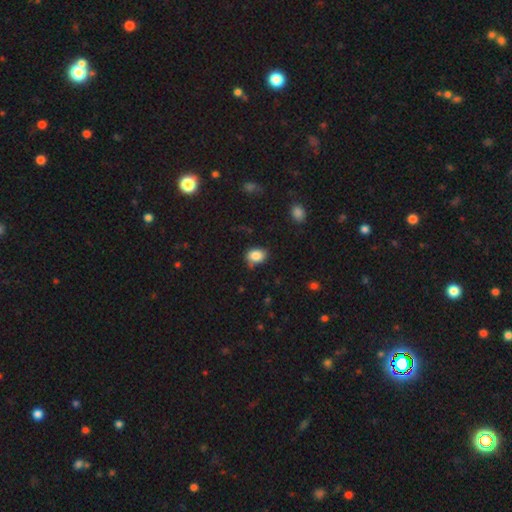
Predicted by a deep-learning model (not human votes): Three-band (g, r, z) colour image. It shows a smooth galaxy with no disk features (86%) that is in between round and cigar-shaped (69%). Merging: none (76%).